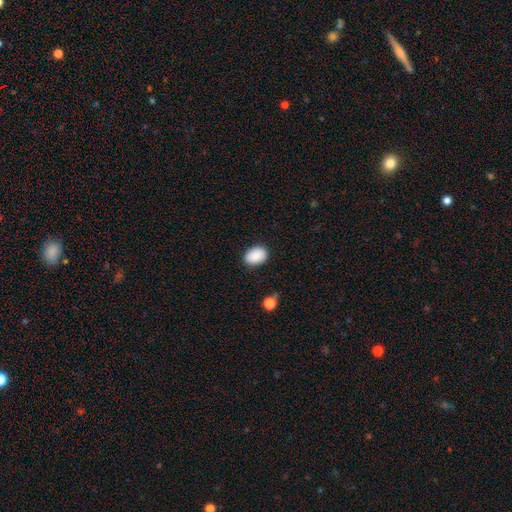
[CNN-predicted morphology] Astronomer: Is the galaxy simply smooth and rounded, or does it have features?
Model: smooth — 87%.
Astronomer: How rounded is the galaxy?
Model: in between — 73%.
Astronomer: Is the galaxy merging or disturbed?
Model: none — 86%.